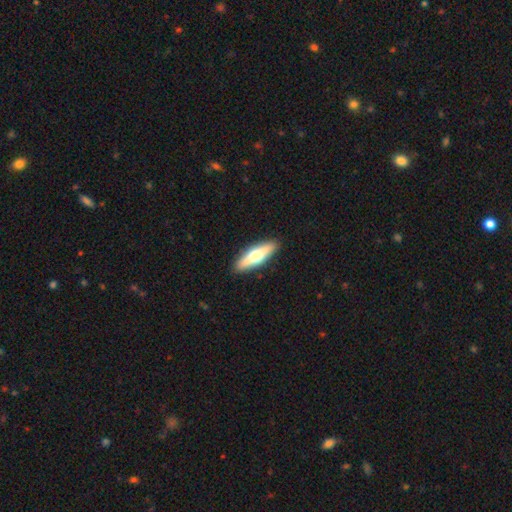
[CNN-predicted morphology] A smooth galaxy with no disk features (51%) that is cigar-shaped (59%).

Vote fractions:
- Smooth or featured? smooth: 51% / featured or disk: 44% / star or artifact: 5%
- How rounded? cigar-shaped: 59% / in between: 38% / round: 2%
- Merging? none: 90% / minor disturbance: 7% / major disturbance: 2% / merger: 1%